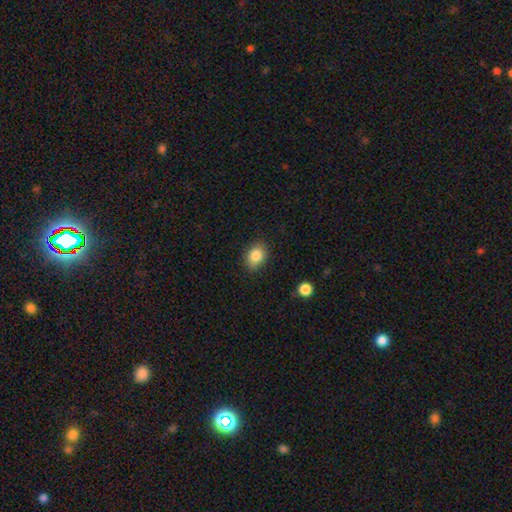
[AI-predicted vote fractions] This appears to be a smooth galaxy with no disk features (84%) that is in between round and cigar-shaped (66%). Merging: none (84%).